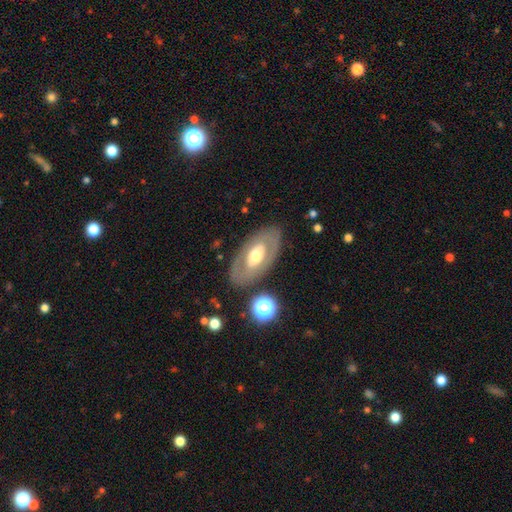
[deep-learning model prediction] This appears to be a featured or disk galaxy (57%) with no bar (75%), no spiral arms (83%) and a moderate central bulge (65%). Merging: none (80%).